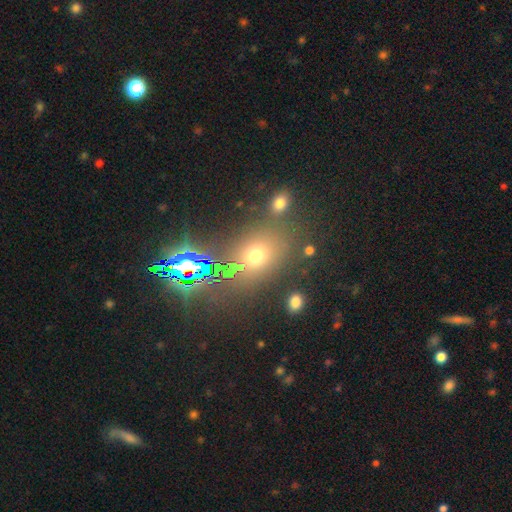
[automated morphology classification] This is likely a smooth galaxy (61%). How rounded: possibly in between (55%). Merging: likely none (74%).